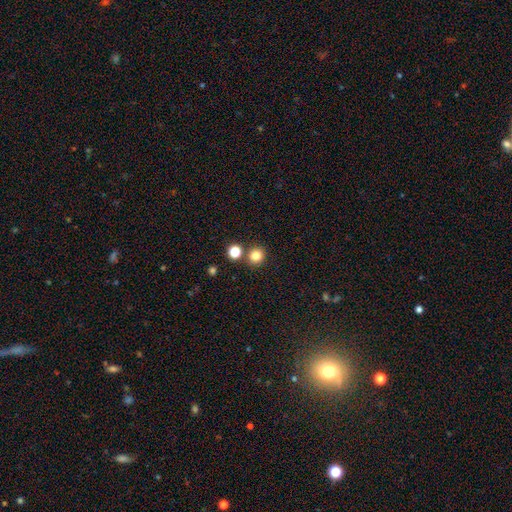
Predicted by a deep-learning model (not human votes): smooth_or_featured: smooth (p=0.81) [alt: star or artifact p=0.14]
how_rounded: round (p=0.92) [alt: in between p=0.07]
merging: none (p=0.83) [alt: merger p=0.09]